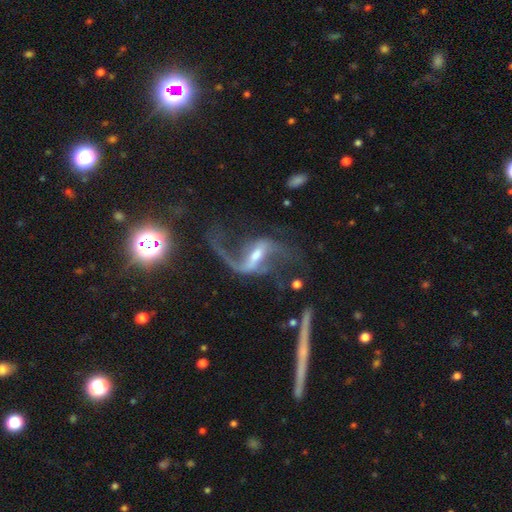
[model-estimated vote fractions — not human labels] smooth_or_featured: featured or disk (p=0.88) [alt: star or artifact p=0.06]
disk_edge_on: no (p=0.95) [alt: yes p=0.05]
bar: strong (p=0.53) [alt: weak p=0.36]
has_spiral_arms: yes (p=0.94) [alt: no p=0.06]
spiral_winding: loose (p=0.85) [alt: medium p=0.12]
spiral_arm_count: 2 (p=0.74) [alt: 1 p=0.19]
bulge_size: moderate (p=0.49) [alt: small p=0.35]
merging: none (p=0.47) [alt: major disturbance p=0.33]